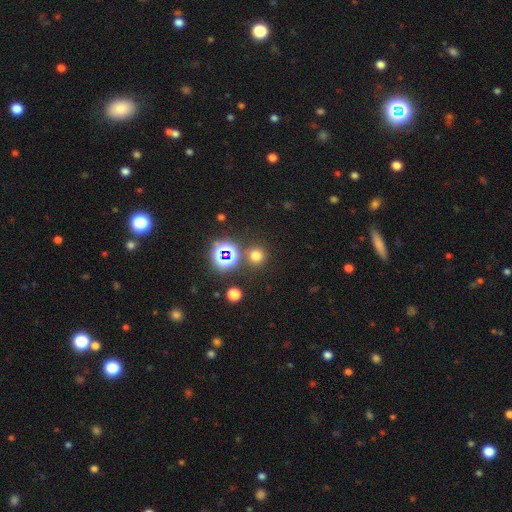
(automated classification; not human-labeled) Morphology: type=smooth (65%); roundness=round (92%); merging=none (82%).